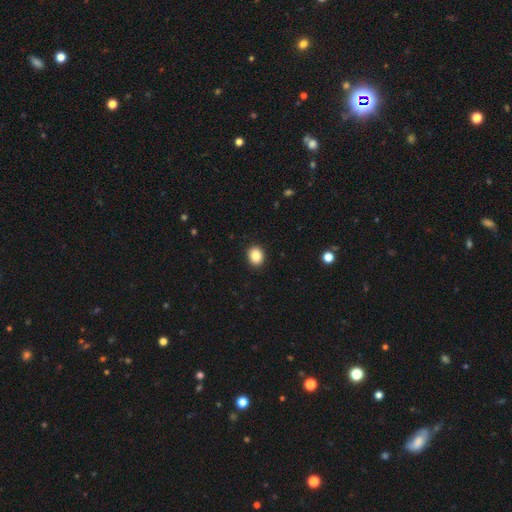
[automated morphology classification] smooth-or-featured: smooth: 87% | star or artifact: 9% | featured or disk: 4%
  how-rounded: round: 63% | in between: 36% | cigar-shaped: 1%
  merging: none: 91% | minor disturbance: 6% | major disturbance: 2% | merger: 1%